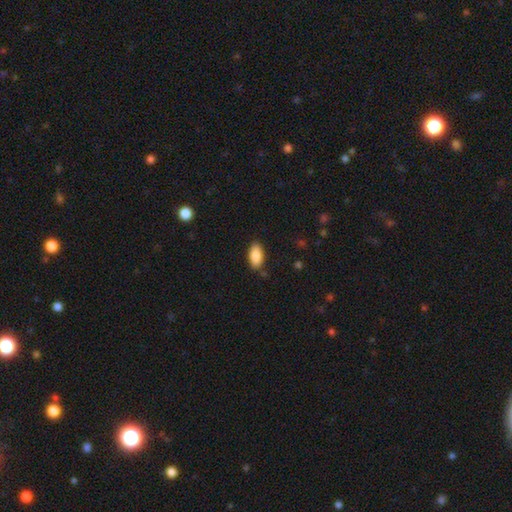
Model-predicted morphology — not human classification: smooth 88%, star or artifact 7%, featured or disk 6%. Down the decision tree: how rounded — in between (92%); merging — none (84%).